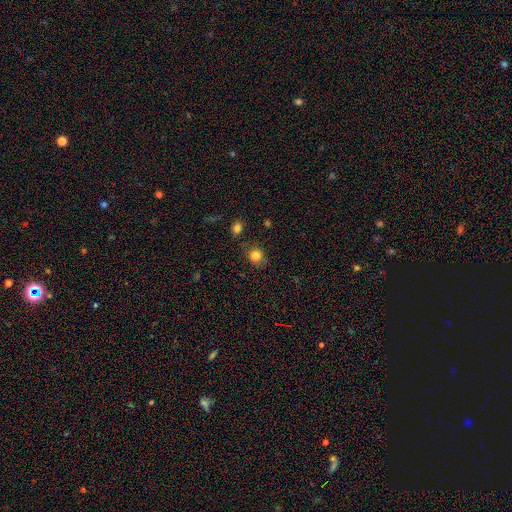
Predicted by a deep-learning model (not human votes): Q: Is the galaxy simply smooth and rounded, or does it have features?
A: smooth — 83%.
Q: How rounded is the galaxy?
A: round — 86%.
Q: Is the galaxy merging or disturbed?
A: none — 82%.